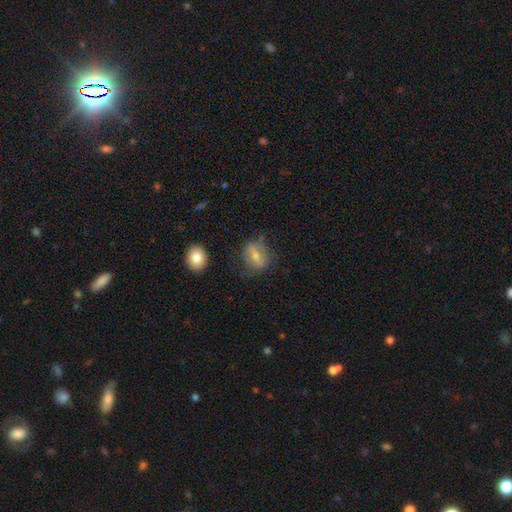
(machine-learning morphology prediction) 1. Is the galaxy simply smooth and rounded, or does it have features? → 48% featured or disk, 40% smooth, 13% star or artifact.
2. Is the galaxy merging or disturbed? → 68% none, 20% minor disturbance, 10% major disturbance, 2% merger.